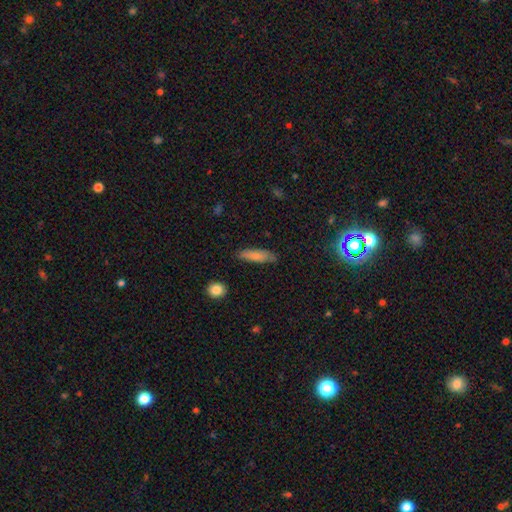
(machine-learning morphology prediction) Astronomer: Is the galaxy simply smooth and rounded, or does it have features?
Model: smooth — 80%.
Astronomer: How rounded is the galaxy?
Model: cigar-shaped — 63%.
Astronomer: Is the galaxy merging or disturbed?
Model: none — 79%.